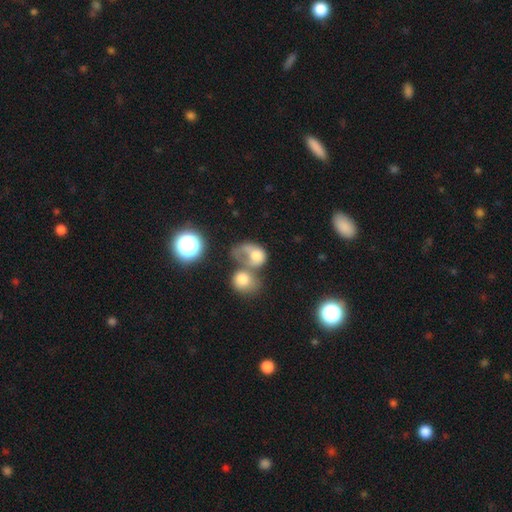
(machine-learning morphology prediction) Smooth or featured: smooth — 65% (featured or disk — 24%)
How rounded: in between — 52% (round — 46%)
Merging: merger — 60% (major disturbance — 19%)